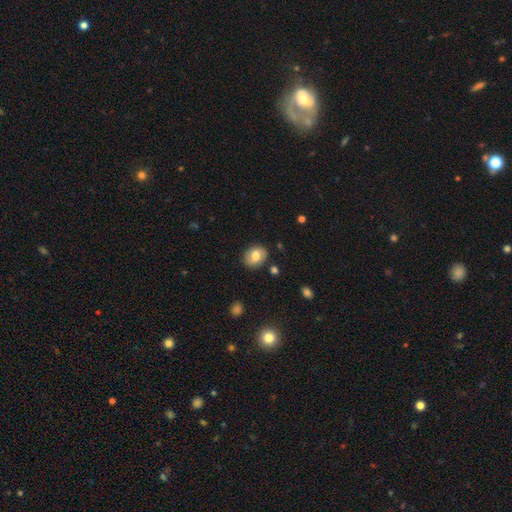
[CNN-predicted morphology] smooth-or-featured: smooth: 69% | featured or disk: 22% | star or artifact: 9%
  how-rounded: in between: 56% | round: 43% | cigar-shaped: 1%
  merging: none: 82% | minor disturbance: 13% | major disturbance: 3% | merger: 2%